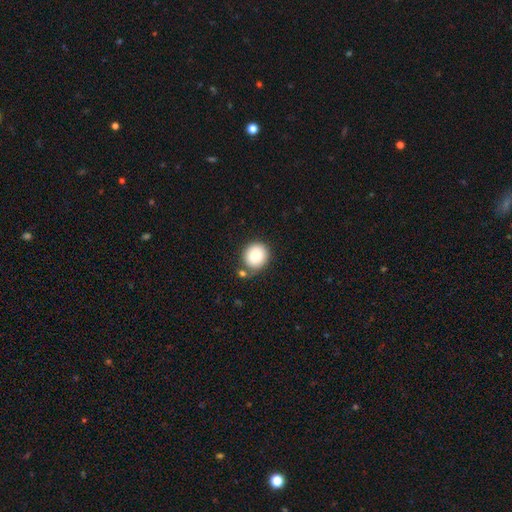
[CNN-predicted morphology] This appears to be a smooth galaxy with no disk features (83%) that is round (83%). Merging: none (73%).